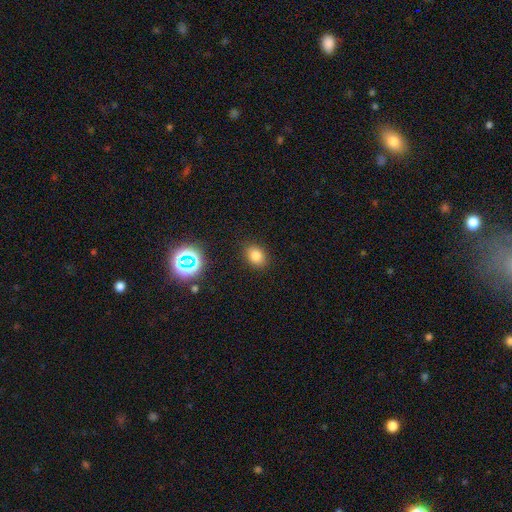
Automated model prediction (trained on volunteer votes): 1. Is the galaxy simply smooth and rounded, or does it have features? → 79% smooth, 15% star or artifact, 6% featured or disk.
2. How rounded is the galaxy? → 58% in between, 41% round, 1% cigar-shaped.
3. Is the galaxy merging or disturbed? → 87% none, 9% minor disturbance, 3% major disturbance, 1% merger.